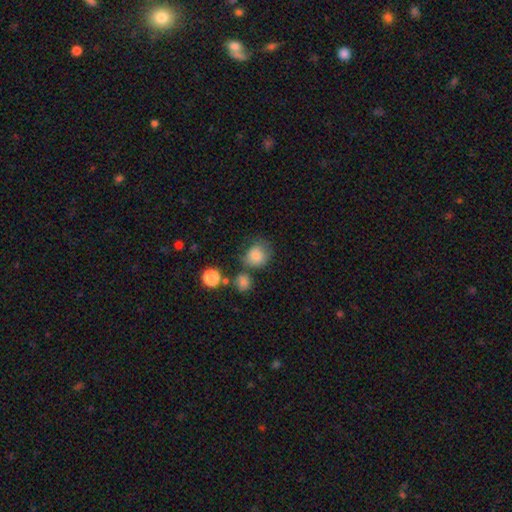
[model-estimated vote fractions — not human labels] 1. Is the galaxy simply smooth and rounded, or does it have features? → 81% smooth, 12% star or artifact, 8% featured or disk.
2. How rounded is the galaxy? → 77% round, 23% in between, 1% cigar-shaped.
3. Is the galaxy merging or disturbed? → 59% none, 21% minor disturbance, 11% merger, 9% major disturbance.